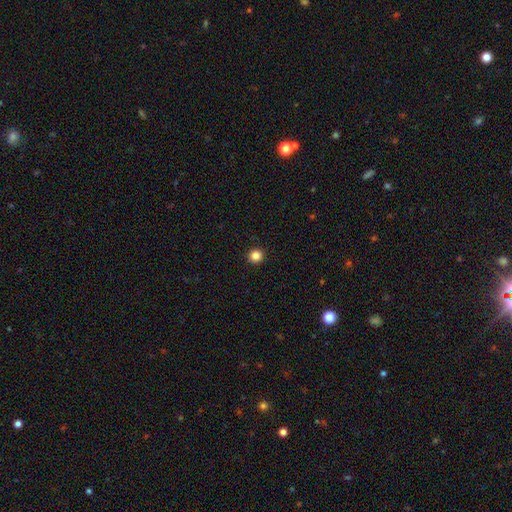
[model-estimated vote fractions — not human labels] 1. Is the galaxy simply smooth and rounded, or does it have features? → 84% smooth, 12% star or artifact, 4% featured or disk.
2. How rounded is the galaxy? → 95% round, 4% in between, 1% cigar-shaped.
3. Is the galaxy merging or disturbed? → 93% none, 4% minor disturbance, 1% major disturbance, 1% merger.